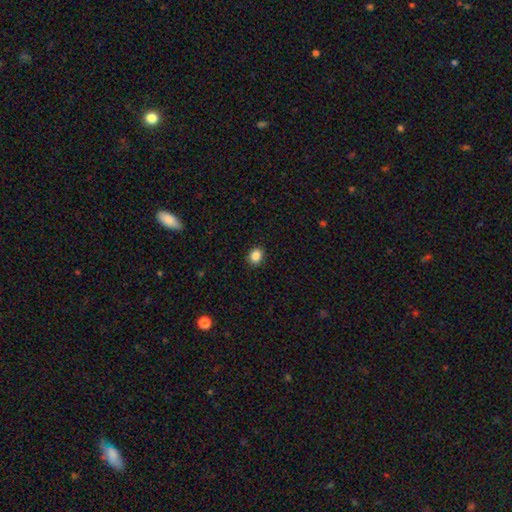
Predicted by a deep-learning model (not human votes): smooth_or_featured: smooth (p=0.87) [alt: star or artifact p=0.10]
how_rounded: round (p=0.60) [alt: in between p=0.39]
merging: none (p=0.91) [alt: minor disturbance p=0.07]